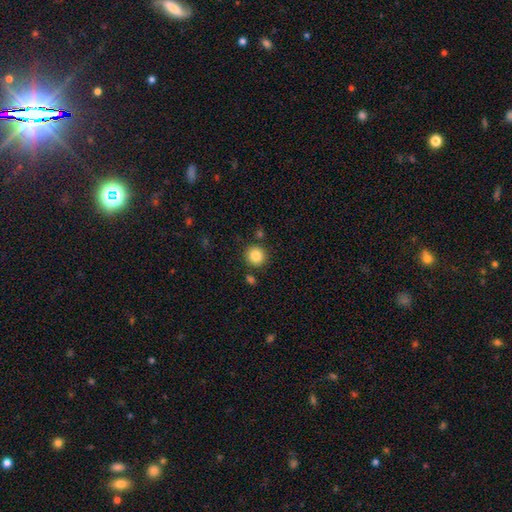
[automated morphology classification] smooth-or-featured: smooth: 86% | star or artifact: 10% | featured or disk: 5%
  how-rounded: round: 91% | in between: 8% | cigar-shaped: 1%
  merging: none: 85% | minor disturbance: 8% | merger: 5% | major disturbance: 3%